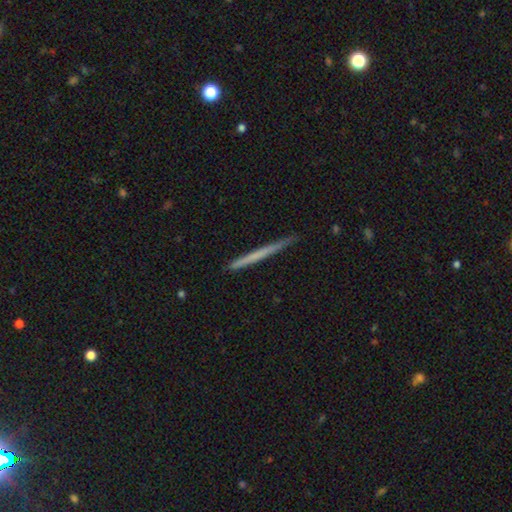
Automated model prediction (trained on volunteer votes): Q: Smooth or featured?
A: smooth (50%); runner-up: featured or disk (45%)
Q: How rounded?
A: cigar-shaped (97%); runner-up: in between (1%)
Q: Merging?
A: none (88%); runner-up: minor disturbance (9%)